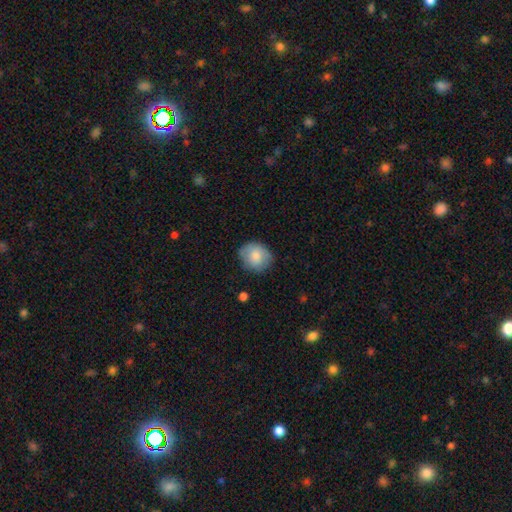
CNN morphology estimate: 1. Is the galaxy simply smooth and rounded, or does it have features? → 79% smooth, 14% featured or disk, 7% star or artifact.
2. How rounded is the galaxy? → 71% round, 28% in between, 1% cigar-shaped.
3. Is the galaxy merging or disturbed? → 75% none, 20% minor disturbance, 4% major disturbance, 1% merger.